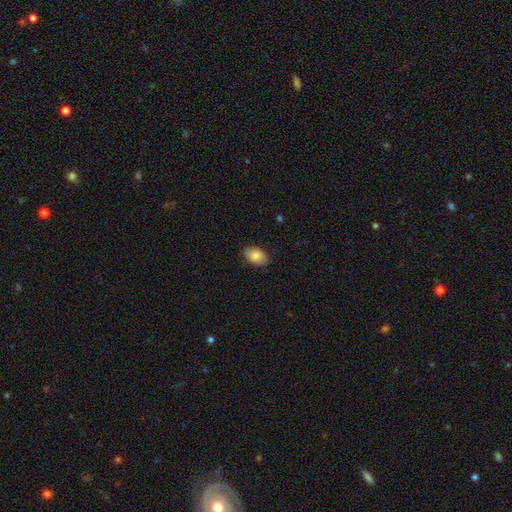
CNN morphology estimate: smooth-or-featured: smooth: 85% | featured or disk: 8% | star or artifact: 7%
  how-rounded: in between: 88% | round: 11% | cigar-shaped: 1%
  merging: none: 85% | minor disturbance: 12% | major disturbance: 2% | merger: 1%